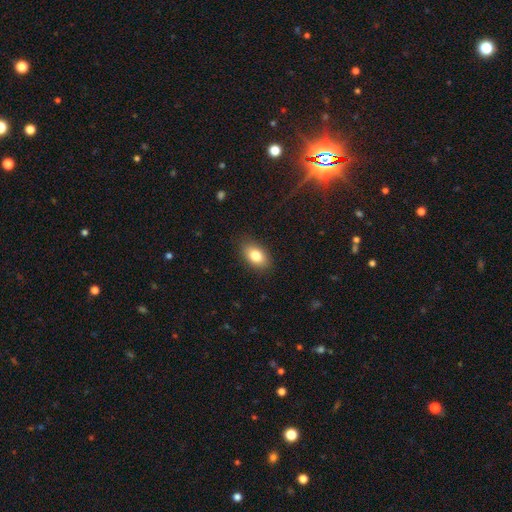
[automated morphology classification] This appears to be a smooth galaxy with no disk features (81%) that is in between round and cigar-shaped (87%). Merging: none (86%).